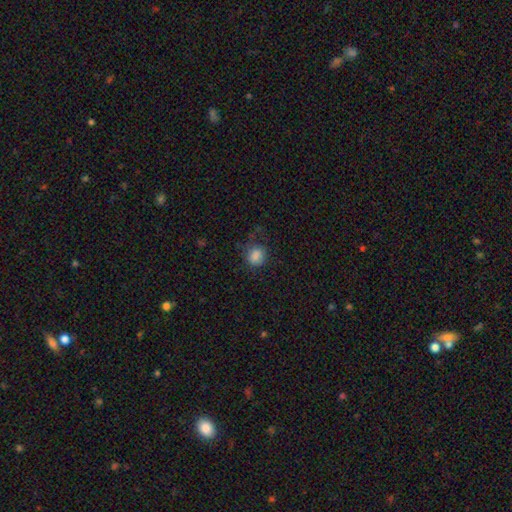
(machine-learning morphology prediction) smooth_or_featured: smooth (p=0.85) [alt: star or artifact p=0.11]
how_rounded: round (p=0.71) [alt: in between p=0.28]
merging: none (p=0.71) [alt: minor disturbance p=0.19]